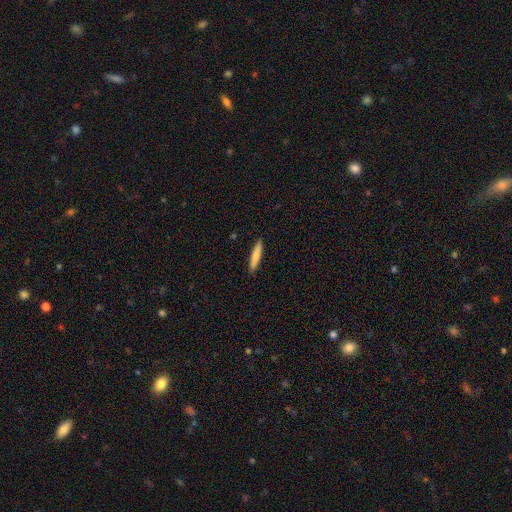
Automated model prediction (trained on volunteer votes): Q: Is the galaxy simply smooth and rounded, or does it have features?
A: smooth — 80%.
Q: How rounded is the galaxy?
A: cigar-shaped — 90%.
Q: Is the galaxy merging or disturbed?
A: none — 91%.